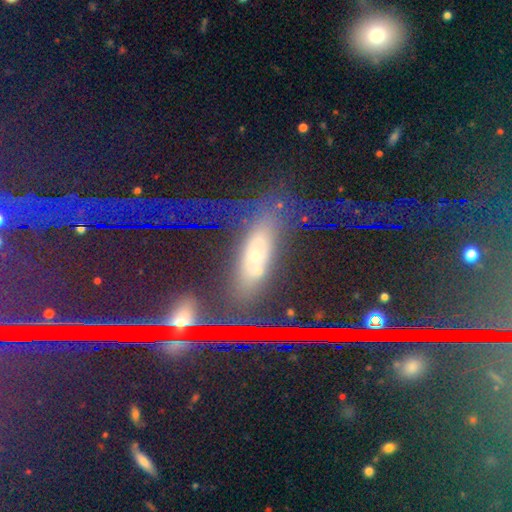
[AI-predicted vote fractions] Overall: star or artifact (36%; smooth 35%).